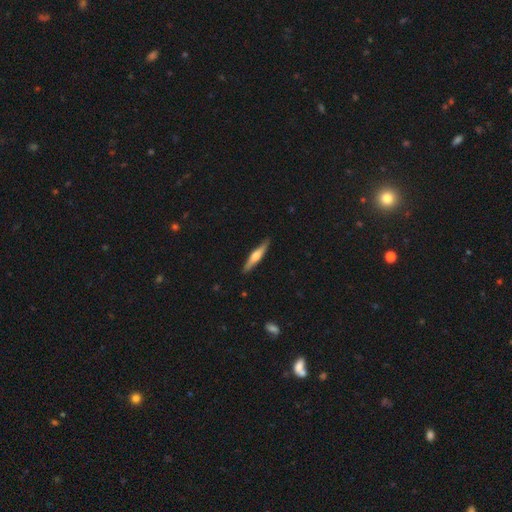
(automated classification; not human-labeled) A featured or disk galaxy (55%) viewed edge-on (96%) with a rounded central bulge (84%). Merging: none (89%).